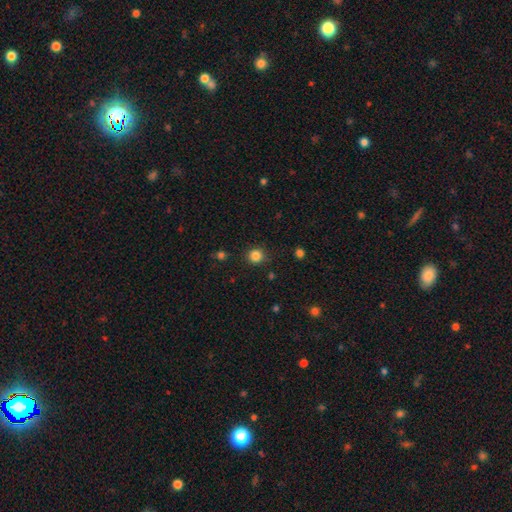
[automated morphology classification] A smooth galaxy with no disk features (84%) that is round (91%). Merging: none (87%).